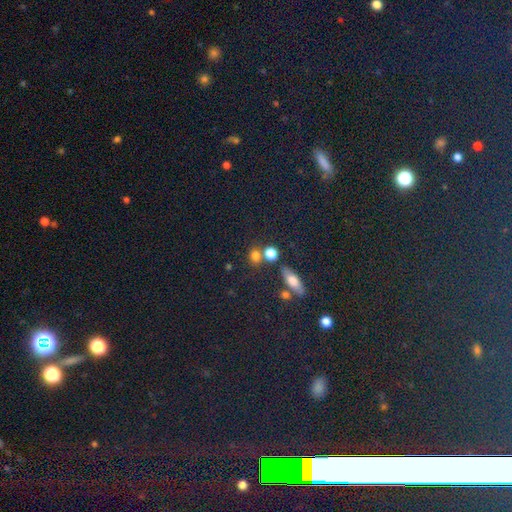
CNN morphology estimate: Smooth or featured: smooth — 76% (star or artifact — 15%)
How rounded: round — 71% (in between — 26%)
Merging: none — 64% (merger — 21%)